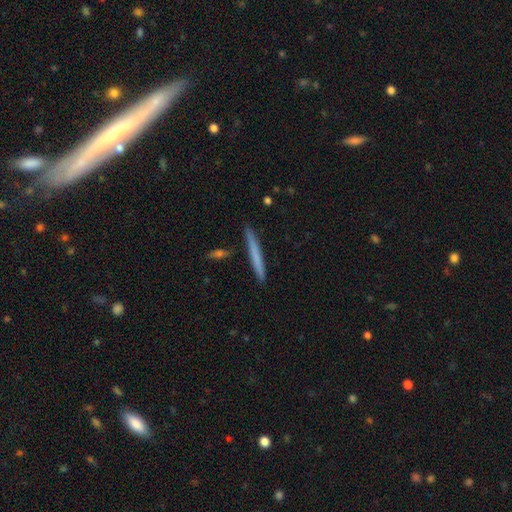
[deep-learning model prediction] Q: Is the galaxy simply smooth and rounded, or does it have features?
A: smooth — 64%.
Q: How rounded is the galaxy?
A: cigar-shaped — 97%.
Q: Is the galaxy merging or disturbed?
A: none — 89%.